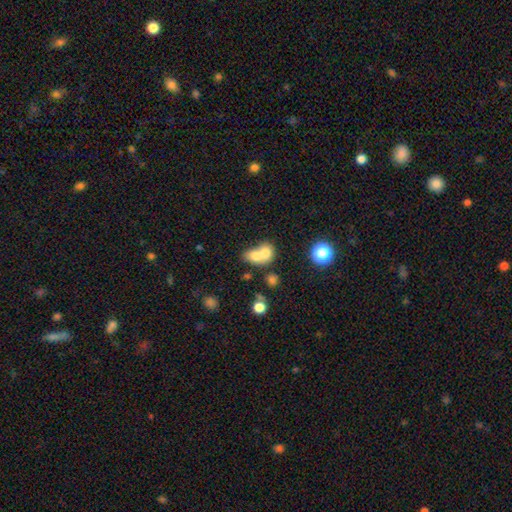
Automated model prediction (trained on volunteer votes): smooth 72%, featured or disk 18%, star or artifact 10%. Down the decision tree: how rounded — in between (49%, tied with round); merging — merger (73%).